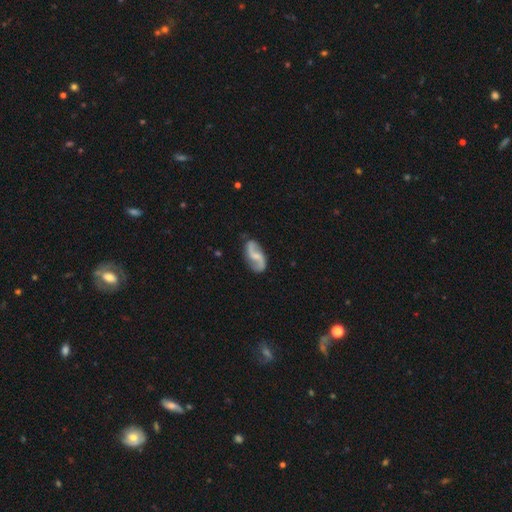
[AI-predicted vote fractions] Morphology: type=featured or disk (83%); edge-on=no (97%); bar=weak (44%); spiral arms=yes (96%); winding=loose (69%); arm count=2 (93%); bulge=small (39%); merging=none (80%).